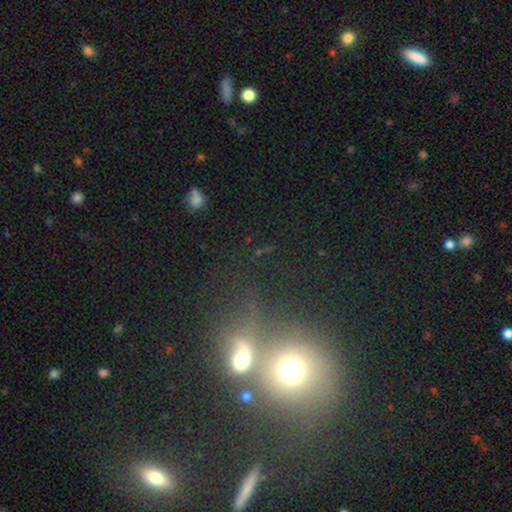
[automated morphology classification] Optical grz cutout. It shows a smooth galaxy with no disk features (46%). Merging: none (42%).